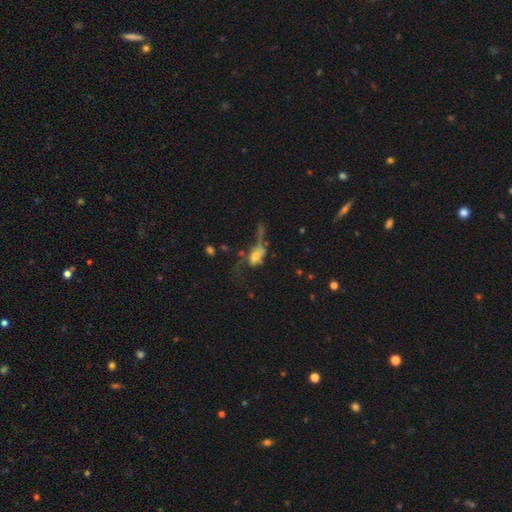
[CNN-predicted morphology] This is possibly a smooth galaxy (48%). Merging: possibly major disturbance (53%).